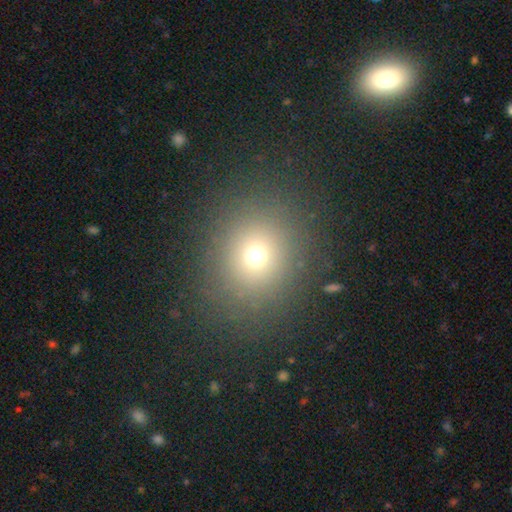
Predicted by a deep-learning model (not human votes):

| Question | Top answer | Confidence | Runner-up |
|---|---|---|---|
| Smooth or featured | smooth | 68% | star or artifact (21%) |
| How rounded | round | 81% | in between (18%) |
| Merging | none | 86% | minor disturbance (8%) |